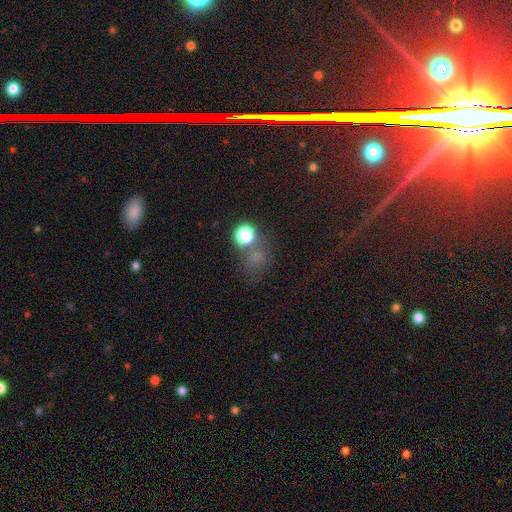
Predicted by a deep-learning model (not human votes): This is possibly a smooth galaxy (57%). How rounded: likely round (72%). Merging: possibly none (57%).